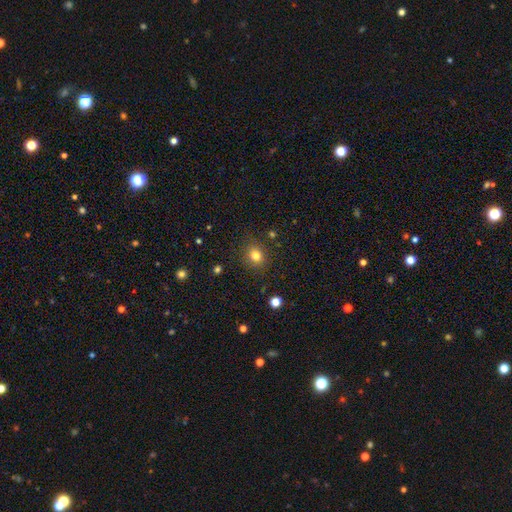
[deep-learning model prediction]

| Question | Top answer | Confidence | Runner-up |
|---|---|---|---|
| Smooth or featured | smooth | 81% | star or artifact (13%) |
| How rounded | round | 73% | in between (26%) |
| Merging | none | 87% | minor disturbance (9%) |